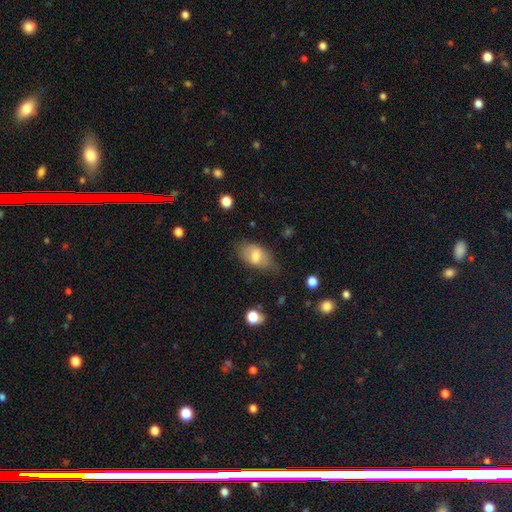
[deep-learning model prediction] Q: Smooth or featured?
A: smooth (66%); runner-up: featured or disk (27%)
Q: How rounded?
A: in between (89%); runner-up: round (6%)
Q: Merging?
A: none (65%); runner-up: minor disturbance (24%)